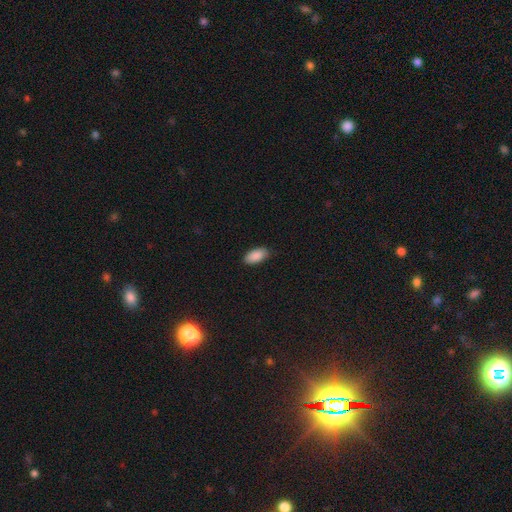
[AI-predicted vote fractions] smooth 90%, star or artifact 7%, featured or disk 4%. Down the decision tree: how rounded — in between (94%); merging — none (84%).